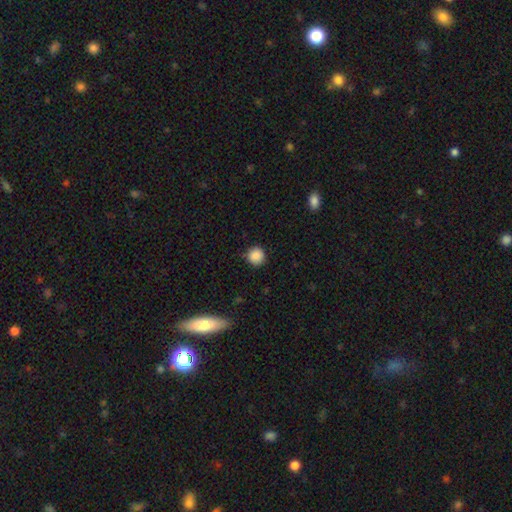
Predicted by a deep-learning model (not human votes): A smooth galaxy with no disk features (87%) that is round (93%).

Vote fractions:
- Smooth or featured? smooth: 87% / star or artifact: 9% / featured or disk: 3%
- How rounded? round: 93% / in between: 6% / cigar-shaped: 1%
- Merging? none: 87% / minor disturbance: 9% / major disturbance: 2% / merger: 1%